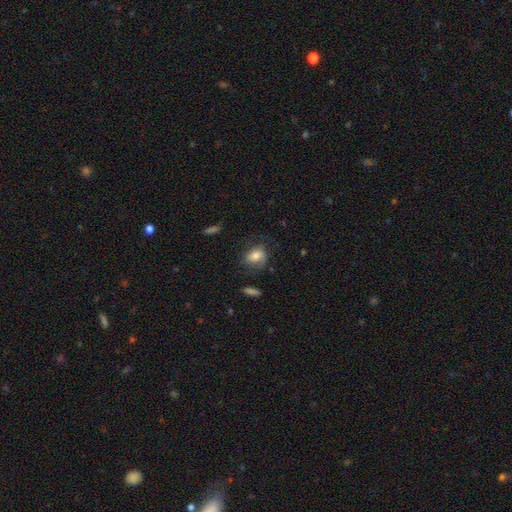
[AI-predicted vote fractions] This is likely a smooth galaxy (68%). How rounded: likely in between (61%). Merging: possibly none (59%).